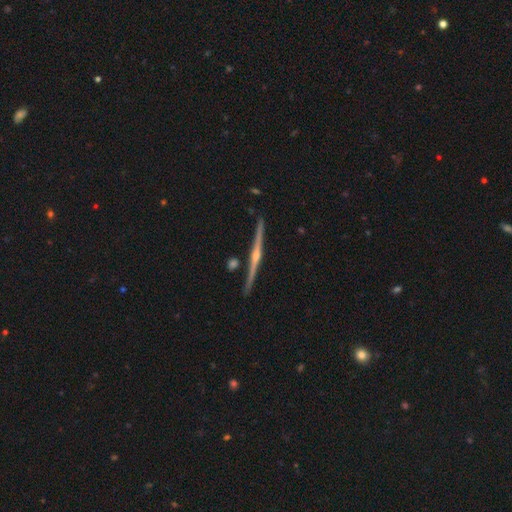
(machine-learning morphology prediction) A featured or disk galaxy (85%) viewed edge-on (98%) with a rounded central bulge (85%).

Vote fractions:
- Smooth or featured? featured or disk: 85% / smooth: 9% / star or artifact: 6%
- Edge-on disk? yes: 98% / no: 2%
- Edge-on bulge? rounded: 85% / none: 9% / boxy: 5%
- Merging? none: 87% / minor disturbance: 8% / merger: 3% / major disturbance: 2%